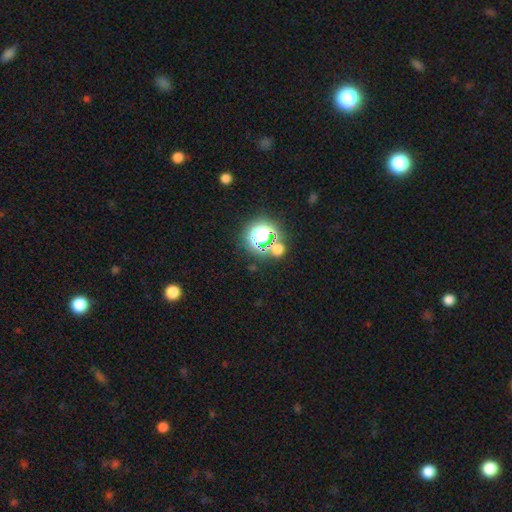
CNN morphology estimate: The model was most divided on "smooth or featured": star or artifact: 74%, smooth: 19%, featured or disk: 7%.